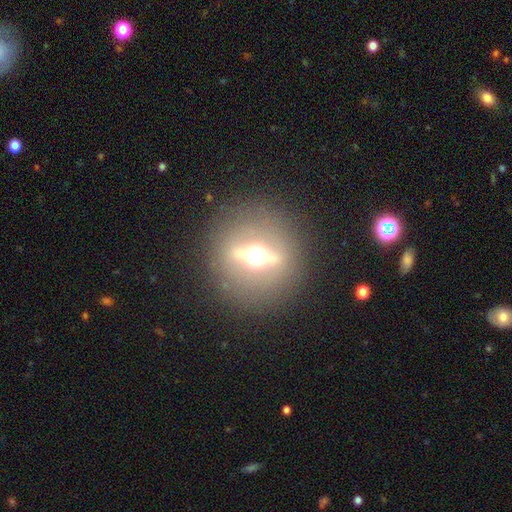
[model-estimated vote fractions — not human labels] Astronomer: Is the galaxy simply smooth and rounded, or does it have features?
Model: featured or disk — 71%.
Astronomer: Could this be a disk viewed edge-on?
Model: yes — 66%.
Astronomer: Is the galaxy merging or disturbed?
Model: none — 87%.